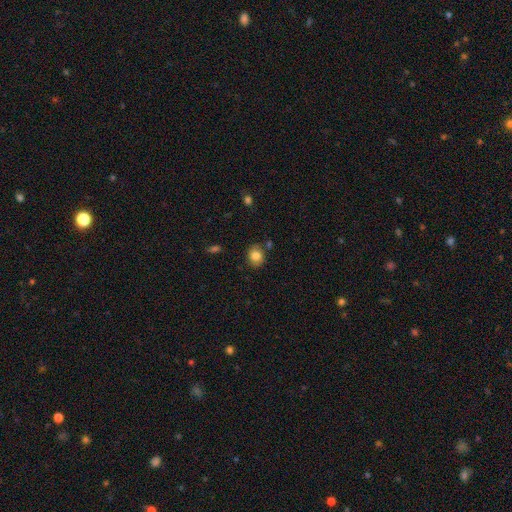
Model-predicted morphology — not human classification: A smooth galaxy with no disk features (82%) that is round (69%).

Vote fractions:
- Smooth or featured? smooth: 82% / star or artifact: 10% / featured or disk: 8%
- How rounded? round: 69% / in between: 30% / cigar-shaped: 1%
- Merging? none: 82% / minor disturbance: 12% / merger: 4% / major disturbance: 3%